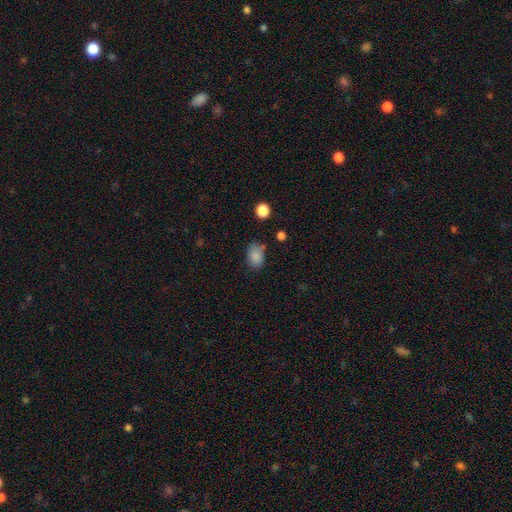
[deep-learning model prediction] smooth-or-featured: smooth: 85% | star or artifact: 10% | featured or disk: 5%
  how-rounded: in between: 75% | round: 24% | cigar-shaped: 1%
  merging: none: 67% | minor disturbance: 22% | major disturbance: 6% | merger: 5%